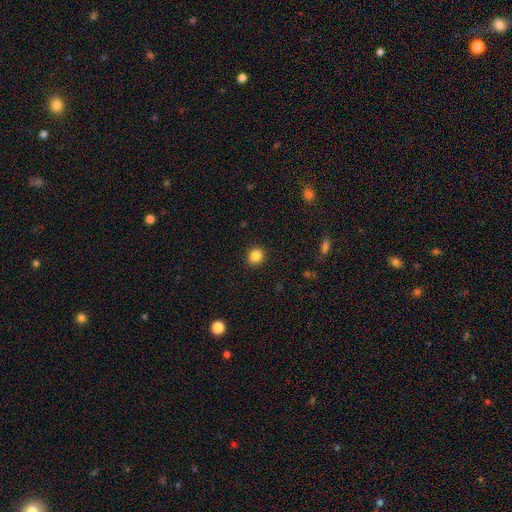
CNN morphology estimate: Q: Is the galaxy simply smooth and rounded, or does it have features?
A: smooth — 86%.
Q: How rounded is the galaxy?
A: round — 79%.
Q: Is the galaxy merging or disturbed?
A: none — 91%.